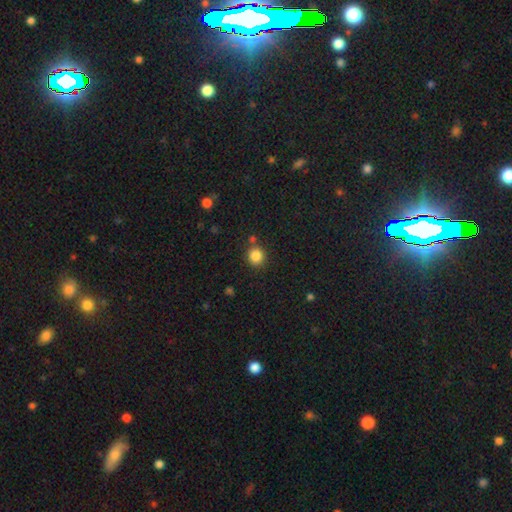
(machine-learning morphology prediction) smooth 85%, star or artifact 11%, featured or disk 4%. Down the decision tree: how rounded — round (87%); merging — none (82%).